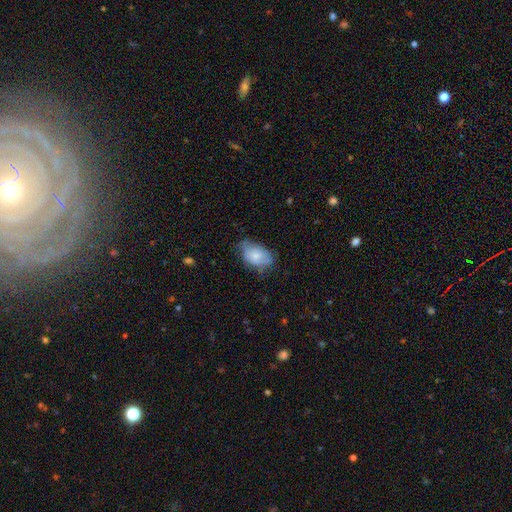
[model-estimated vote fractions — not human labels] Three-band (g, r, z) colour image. It shows a smooth galaxy with no disk features (75%) that is in between round and cigar-shaped (90%). Merging: none (54%).